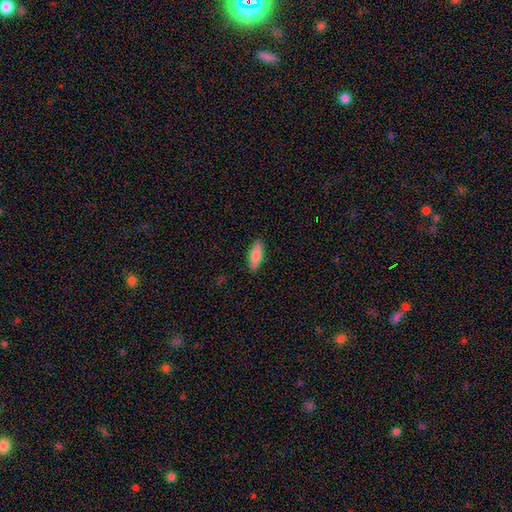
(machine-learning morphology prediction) smooth_or_featured: smooth (p=0.80) [alt: featured or disk p=0.14]
how_rounded: in between (p=0.66) [alt: cigar-shaped p=0.32]
merging: none (p=0.89) [alt: minor disturbance p=0.08]